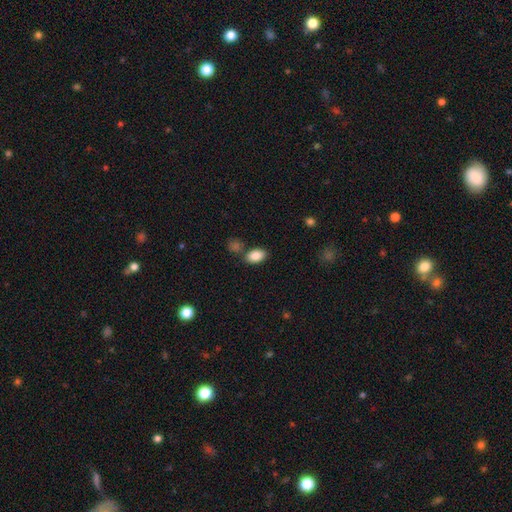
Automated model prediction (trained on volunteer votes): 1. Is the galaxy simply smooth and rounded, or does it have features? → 87% smooth, 7% star or artifact, 5% featured or disk.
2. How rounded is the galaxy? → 91% in between, 8% round, 2% cigar-shaped.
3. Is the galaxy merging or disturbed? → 75% none, 11% minor disturbance, 11% merger, 3% major disturbance.